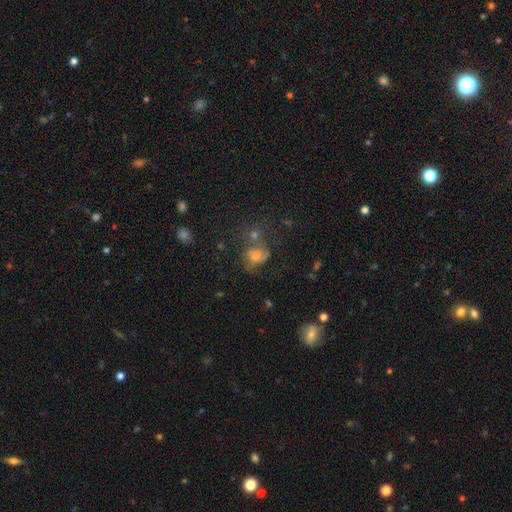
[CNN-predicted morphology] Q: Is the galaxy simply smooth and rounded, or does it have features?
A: smooth — 44%.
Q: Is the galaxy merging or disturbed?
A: none — 45%.